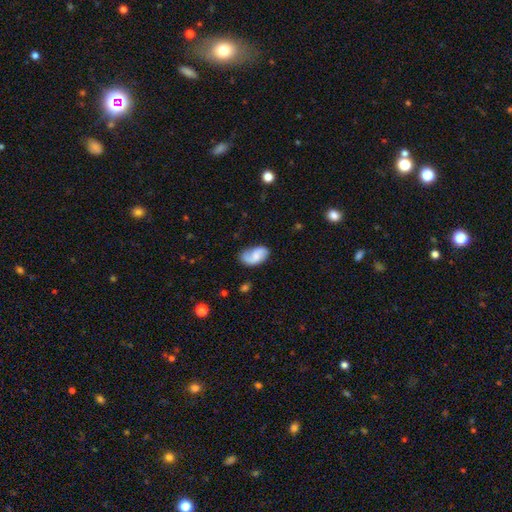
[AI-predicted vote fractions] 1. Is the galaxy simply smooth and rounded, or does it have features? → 52% featured or disk, 41% smooth, 7% star or artifact.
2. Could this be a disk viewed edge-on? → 96% no, 4% yes.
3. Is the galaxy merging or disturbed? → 61% none, 26% minor disturbance, 9% major disturbance, 3% merger.